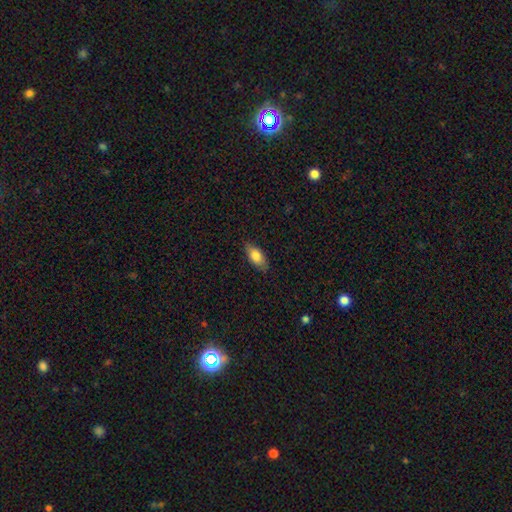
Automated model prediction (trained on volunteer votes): Smooth or featured: smooth — 80% (featured or disk — 13%)
How rounded: in between — 87% (cigar-shaped — 10%)
Merging: none — 83% (minor disturbance — 14%)